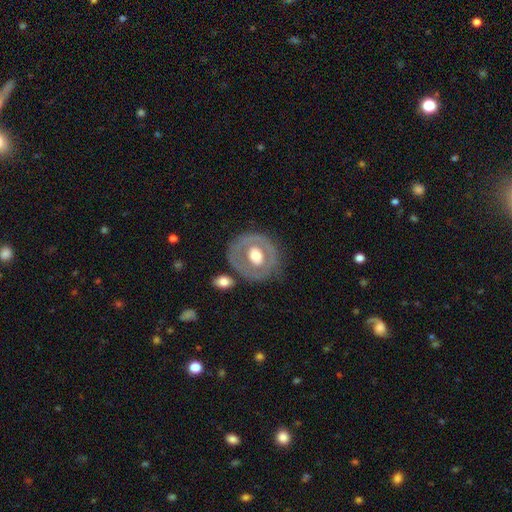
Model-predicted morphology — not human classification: Overall: featured or disk (59%; smooth 36%). Edge-on disk: no (94%). Bar: no (73%). Spiral arms: no (82%). Bulge size: moderate (61%; large 30%). Merging: none (70%).